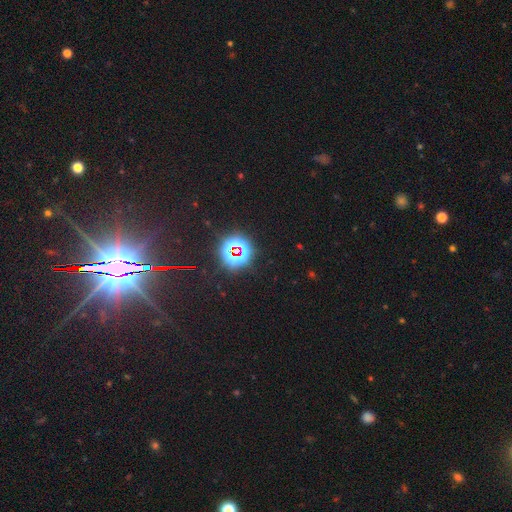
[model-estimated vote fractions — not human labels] star or artifact 83%, featured or disk 9%, smooth 8%.